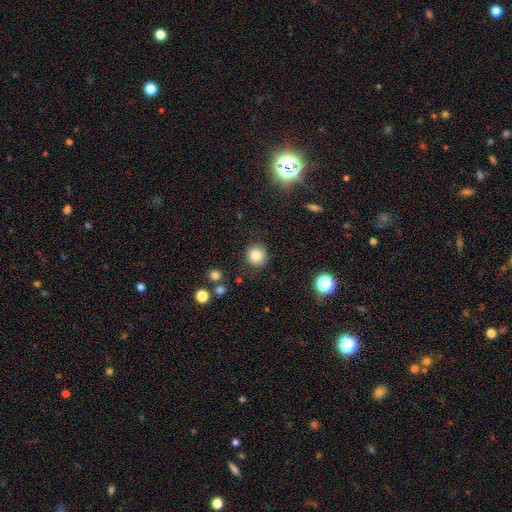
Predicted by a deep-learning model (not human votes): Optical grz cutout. It shows a smooth galaxy with no disk features (82%) that is round (90%). Merging: none (87%).